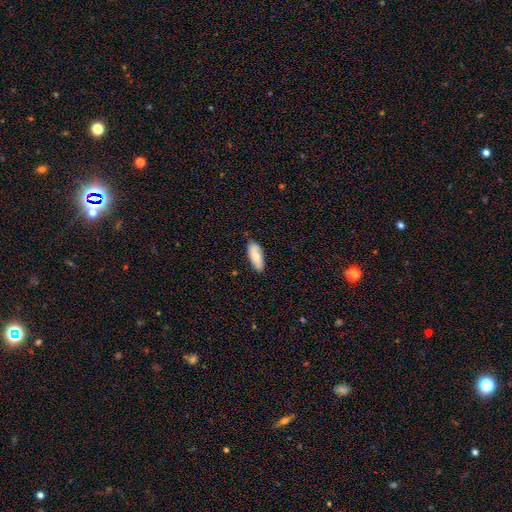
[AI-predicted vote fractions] A smooth galaxy with no disk features (77%) that is in between round and cigar-shaped (76%).

Vote fractions:
- Smooth or featured? smooth: 77% / featured or disk: 17% / star or artifact: 6%
- How rounded? in between: 76% / cigar-shaped: 22% / round: 2%
- Merging? none: 81% / minor disturbance: 15% / major disturbance: 2% / merger: 1%